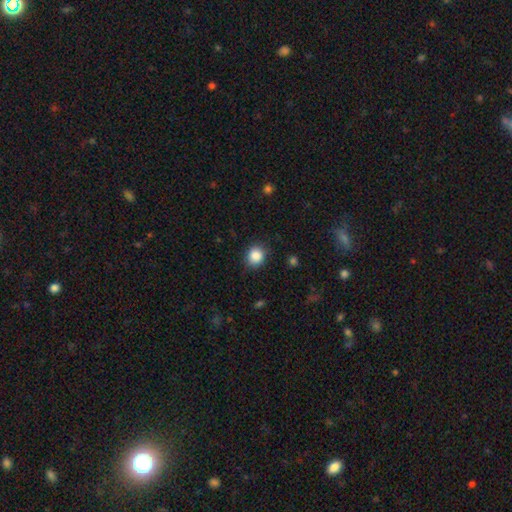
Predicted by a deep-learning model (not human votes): This is clearly a smooth galaxy (87%). How rounded: likely round (79%). Merging: clearly none (84%).